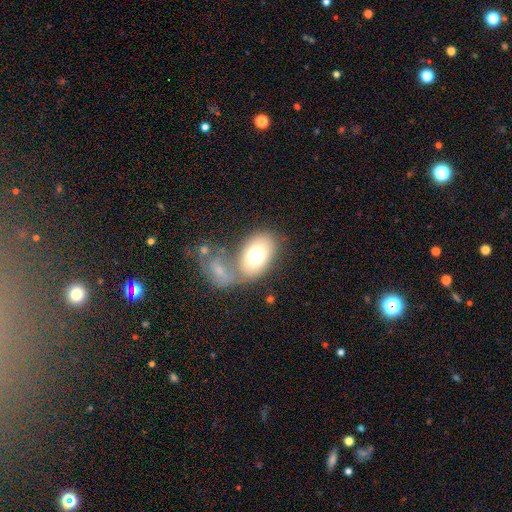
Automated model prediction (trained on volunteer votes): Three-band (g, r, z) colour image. It shows a smooth galaxy with no disk features (73%) that is in between round and cigar-shaped (86%). Merging: none (42%).